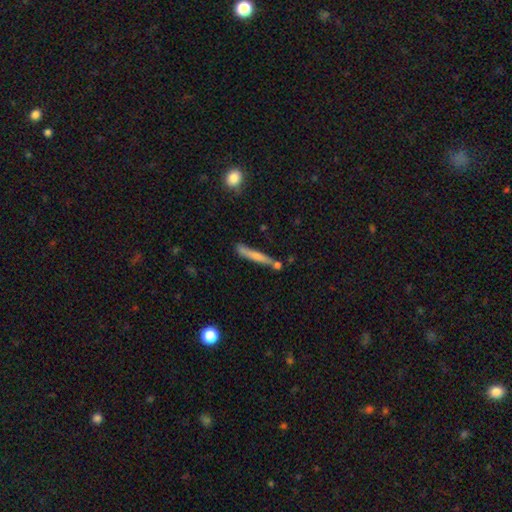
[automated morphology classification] Q: Smooth or featured?
A: smooth (64%); runner-up: featured or disk (30%)
Q: How rounded?
A: cigar-shaped (93%); runner-up: in between (5%)
Q: Merging?
A: none (67%); runner-up: minor disturbance (17%)